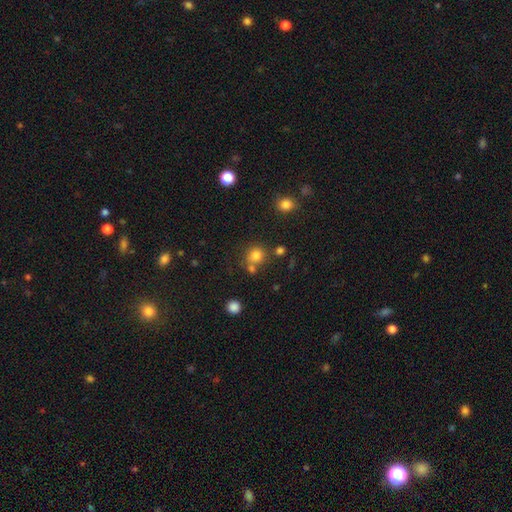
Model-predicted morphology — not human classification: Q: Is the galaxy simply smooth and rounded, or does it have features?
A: smooth — 79%.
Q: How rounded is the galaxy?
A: round — 87%.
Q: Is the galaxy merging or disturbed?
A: none — 67%.